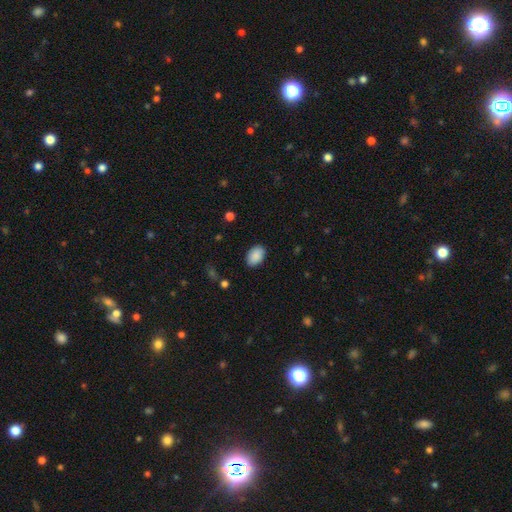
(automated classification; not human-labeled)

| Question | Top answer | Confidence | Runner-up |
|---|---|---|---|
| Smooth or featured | smooth | 90% | star or artifact (7%) |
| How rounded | in between | 89% | round (10%) |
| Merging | none | 87% | minor disturbance (10%) |